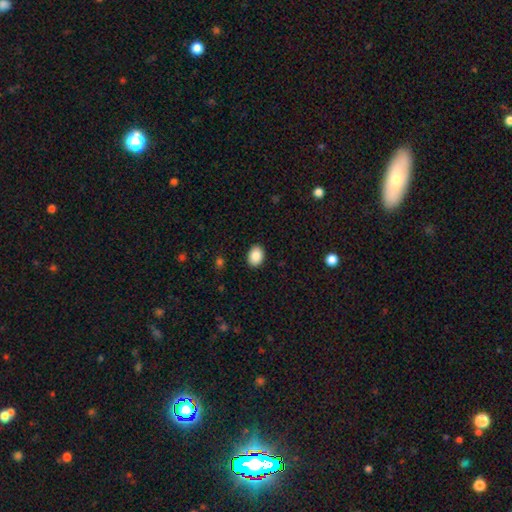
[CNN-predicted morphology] Overall: smooth (89%). How rounded: in between (70%; round 30%). Merging: none (90%).